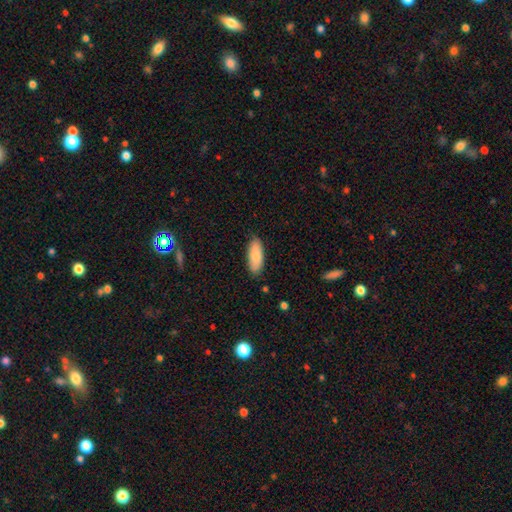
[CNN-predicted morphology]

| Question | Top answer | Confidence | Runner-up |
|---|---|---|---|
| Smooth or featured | smooth | 84% | featured or disk (10%) |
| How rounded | in between | 77% | cigar-shaped (22%) |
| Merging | none | 83% | minor disturbance (13%) |